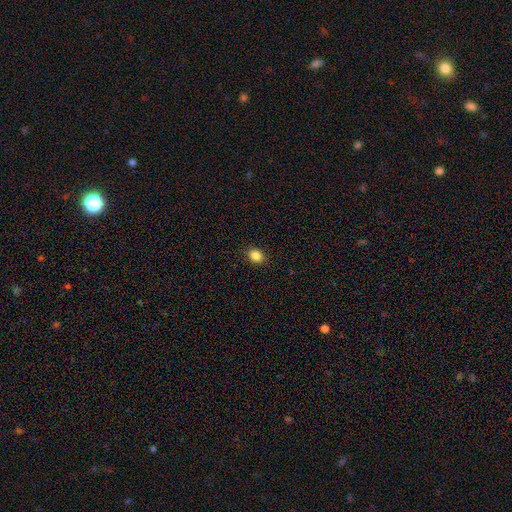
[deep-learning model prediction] smooth 86%, star or artifact 10%, featured or disk 4%. Down the decision tree: how rounded — in between (52%); merging — none (89%).